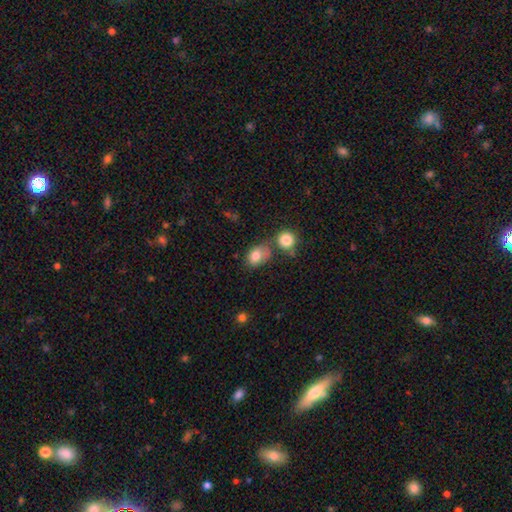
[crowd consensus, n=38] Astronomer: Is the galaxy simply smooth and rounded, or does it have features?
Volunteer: smooth — 82%.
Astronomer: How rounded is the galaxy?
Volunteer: in between — 55% (runner-up: round, 45%).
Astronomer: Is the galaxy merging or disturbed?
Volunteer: none — 42% (runner-up: minor disturbance, 25%).